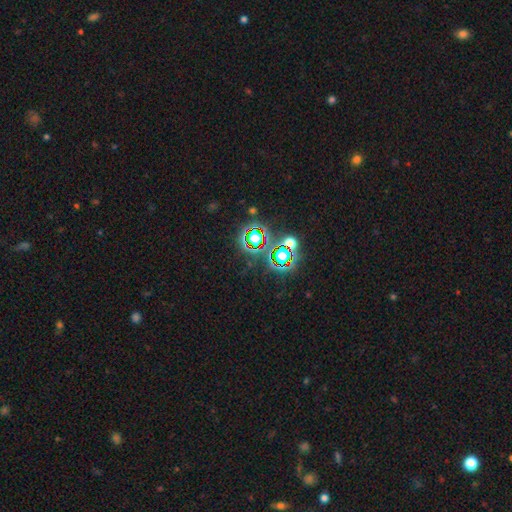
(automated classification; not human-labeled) Morphology: type=star or artifact (78%).